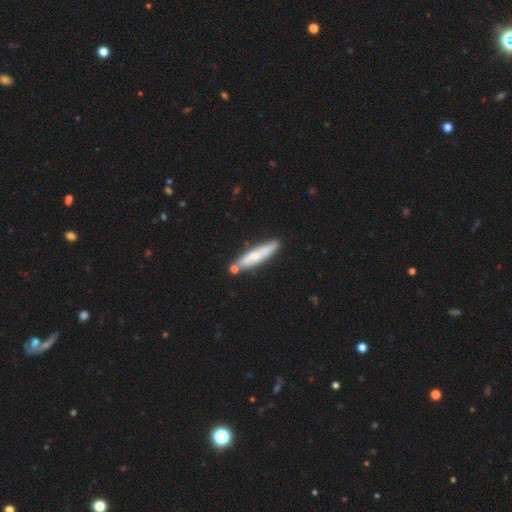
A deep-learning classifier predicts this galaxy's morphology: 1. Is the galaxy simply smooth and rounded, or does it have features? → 52% smooth, 43% featured or disk, 6% star or artifact.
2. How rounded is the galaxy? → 86% cigar-shaped, 13% in between, 1% round.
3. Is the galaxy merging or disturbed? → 72% none, 14% minor disturbance, 11% merger, 3% major disturbance.